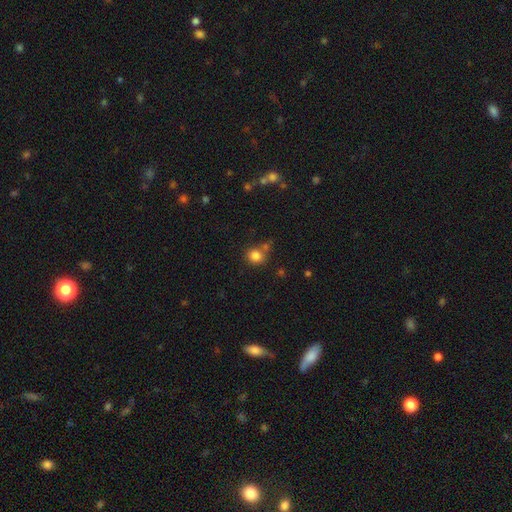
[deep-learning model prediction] Morphology: type=smooth (83%); roundness=round (84%); merging=none (65%).